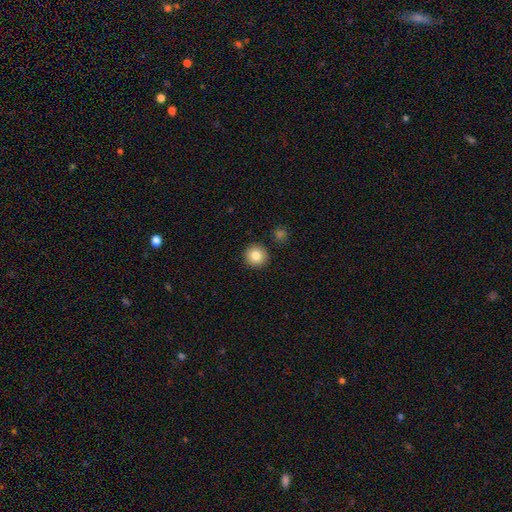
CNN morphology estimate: type=smooth (84%); roundness=round (95%); merging=none (91%).